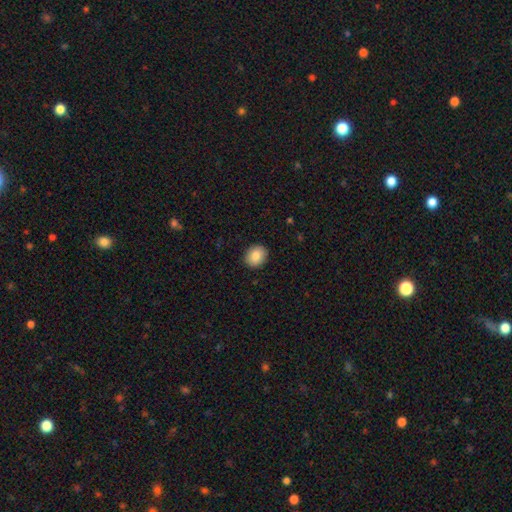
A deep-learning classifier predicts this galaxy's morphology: A smooth galaxy with no disk features (85%) that is round (58%).

Vote fractions:
- Smooth or featured? smooth: 85% / star or artifact: 8% / featured or disk: 7%
- How rounded? round: 58% / in between: 41% / cigar-shaped: 1%
- Merging? none: 90% / minor disturbance: 7% / major disturbance: 2% / merger: 1%